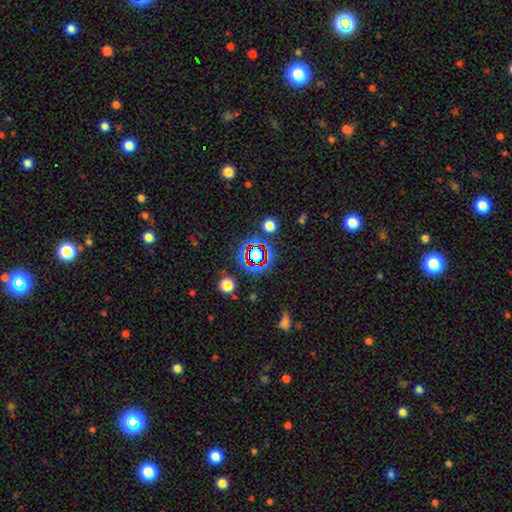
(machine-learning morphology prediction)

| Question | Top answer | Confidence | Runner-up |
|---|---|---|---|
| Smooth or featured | star or artifact | 63% | smooth (24%) |